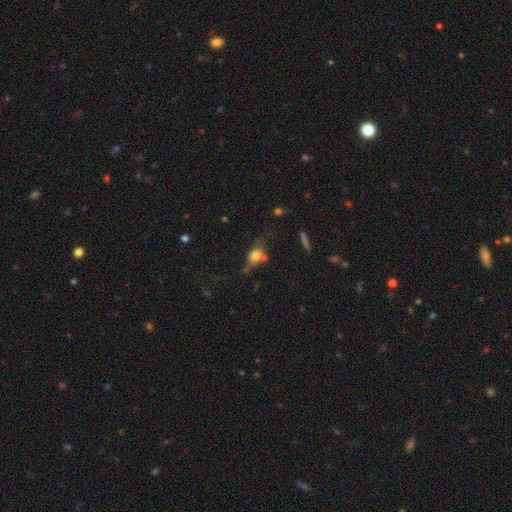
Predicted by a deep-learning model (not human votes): A smooth galaxy with no disk features (61%) that is in between round and cigar-shaped (51%).

Vote fractions:
- Smooth or featured? smooth: 61% / featured or disk: 26% / star or artifact: 13%
- How rounded? in between: 51% / round: 42% / cigar-shaped: 7%
- Merging? none: 40% / minor disturbance: 24% / major disturbance: 22% / merger: 14%